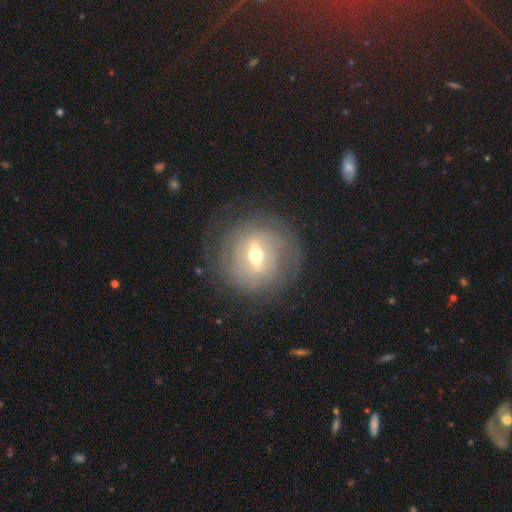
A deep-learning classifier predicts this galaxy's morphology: featured or disk 77%, smooth 15%, star or artifact 7%. Down the decision tree: edge-on disk — no (94%); bar — weak (45%); spiral arms — yes (79%); spiral arm count — can't tell (43%); spiral winding — tight (68%); bulge size — moderate (64%); merging — none (80%).